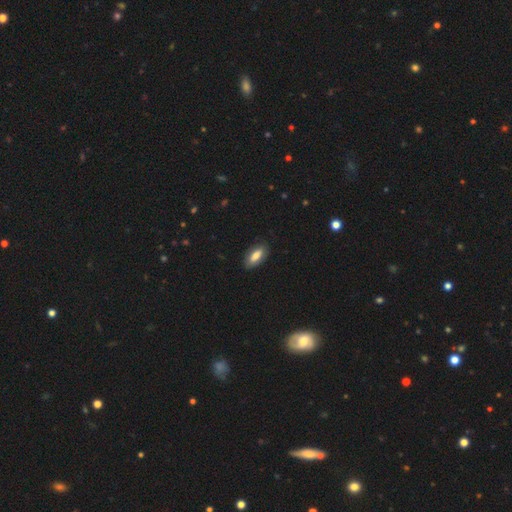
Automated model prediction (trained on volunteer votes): Smooth or featured: smooth — 78% (featured or disk — 16%)
How rounded: in between — 83% (cigar-shaped — 14%)
Merging: none — 83% (minor disturbance — 13%)